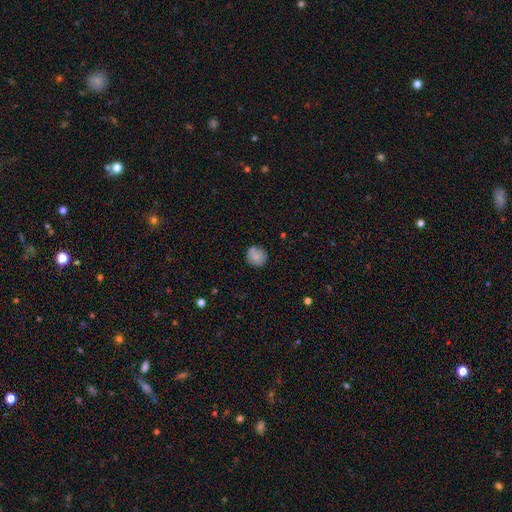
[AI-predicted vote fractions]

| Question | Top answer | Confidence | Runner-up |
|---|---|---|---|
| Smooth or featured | smooth | 76% | featured or disk (16%) |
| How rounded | round | 92% | in between (7%) |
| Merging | none | 79% | minor disturbance (14%) |